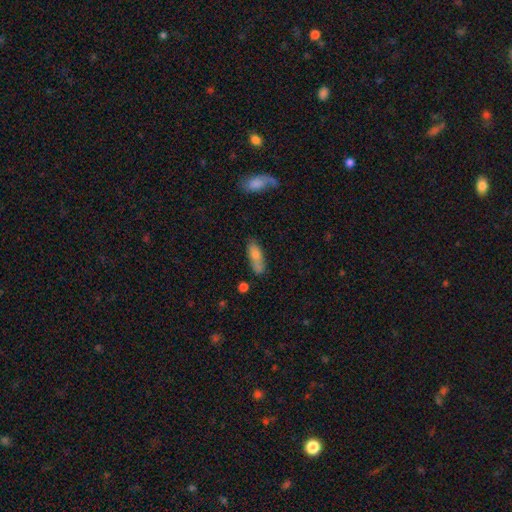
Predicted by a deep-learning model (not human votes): smooth_or_featured: smooth (p=0.76) [alt: featured or disk p=0.17]
how_rounded: in between (p=0.60) [alt: cigar-shaped p=0.37]
merging: none (p=0.58) [alt: minor disturbance p=0.24]